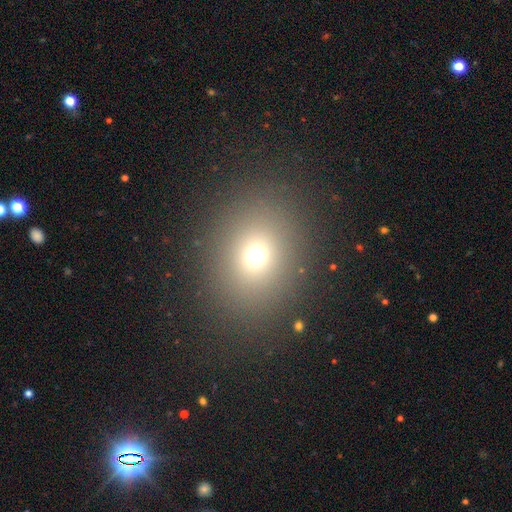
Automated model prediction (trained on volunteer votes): Q: Smooth or featured?
A: smooth (68%); runner-up: star or artifact (21%)
Q: How rounded?
A: round (63%); runner-up: in between (36%)
Q: Merging?
A: none (86%); runner-up: minor disturbance (8%)